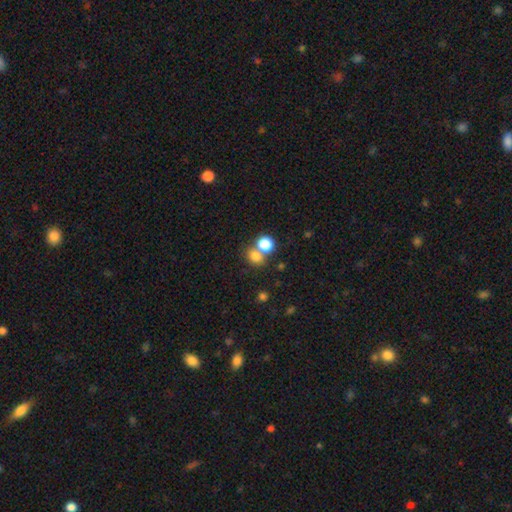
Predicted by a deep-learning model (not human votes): This appears to be a smooth galaxy with no disk features (78%) that is round (65%). Merging: none (48%).